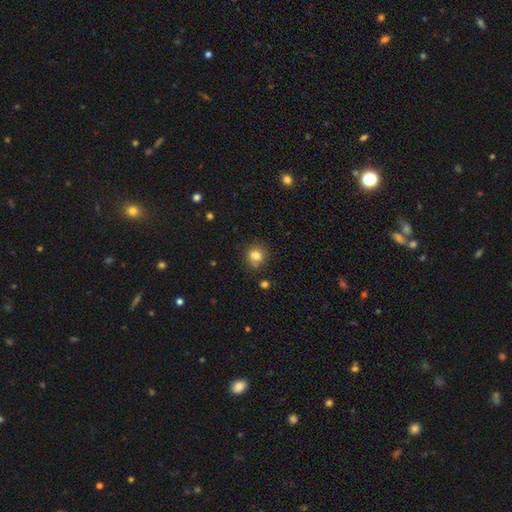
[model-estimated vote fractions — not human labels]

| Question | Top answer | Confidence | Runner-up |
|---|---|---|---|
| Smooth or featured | smooth | 81% | star or artifact (12%) |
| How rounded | round | 86% | in between (13%) |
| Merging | none | 79% | minor disturbance (13%) |